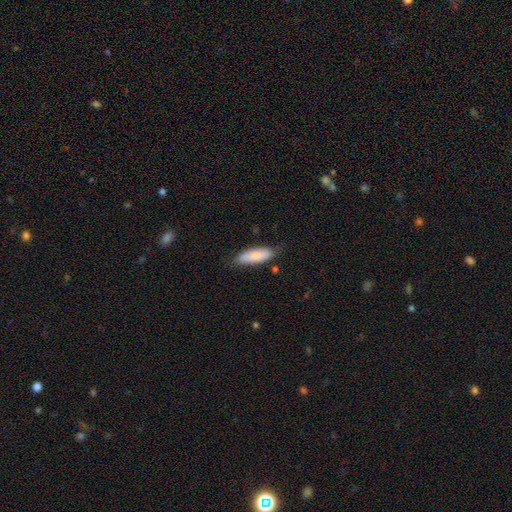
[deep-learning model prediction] Morphology: type=smooth (83%); roundness=in between (59%); merging=none (77%).